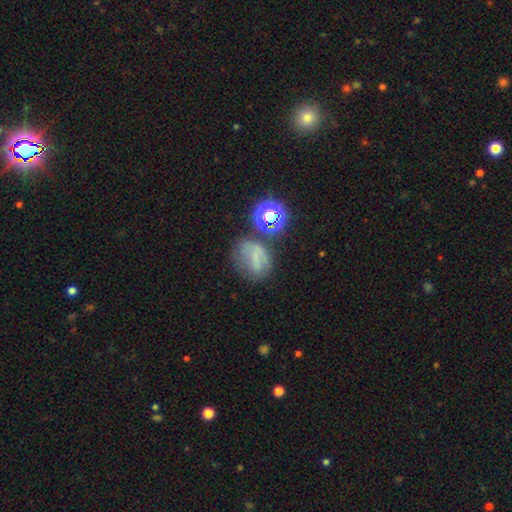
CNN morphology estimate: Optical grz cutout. It shows a smooth galaxy with no disk features (49%). Merging: none (48%).